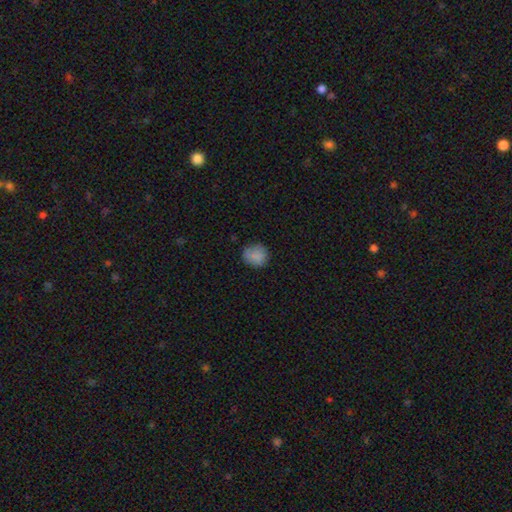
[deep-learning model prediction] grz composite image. It shows a smooth galaxy with no disk features (82%) that is round (84%). Merging: none (78%).